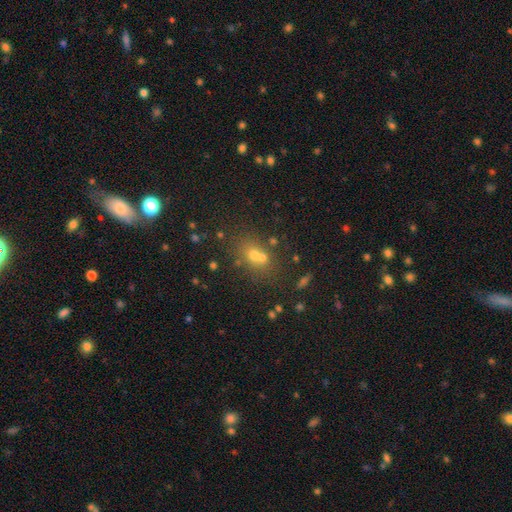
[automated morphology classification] type=smooth (55%); roundness=round (60%); merging=none (45%).